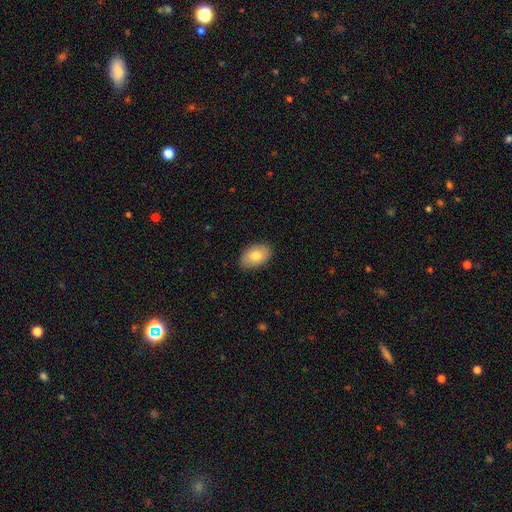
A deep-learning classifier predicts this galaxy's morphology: Smooth or featured? smooth (81%)
How rounded? in between (91%)
Merging? none (87%)